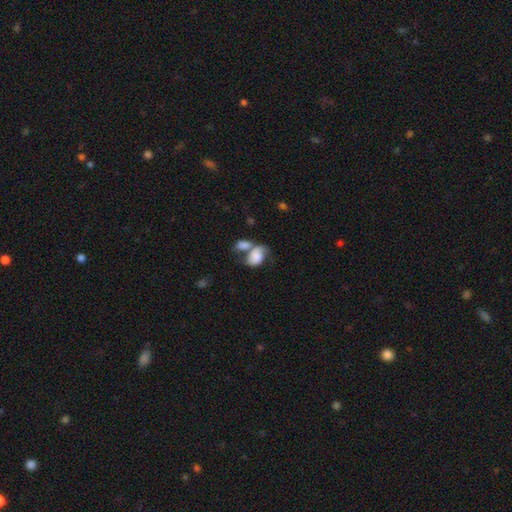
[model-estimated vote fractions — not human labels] Morphology: type=smooth (53%); roundness=in between (78%); merging=merger (52%).